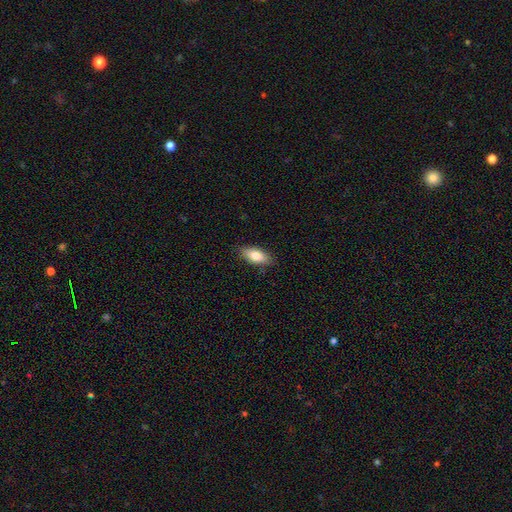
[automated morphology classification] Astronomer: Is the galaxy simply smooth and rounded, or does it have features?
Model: smooth — 80%.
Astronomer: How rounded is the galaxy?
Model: in between — 85%.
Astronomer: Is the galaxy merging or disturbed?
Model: none — 86%.